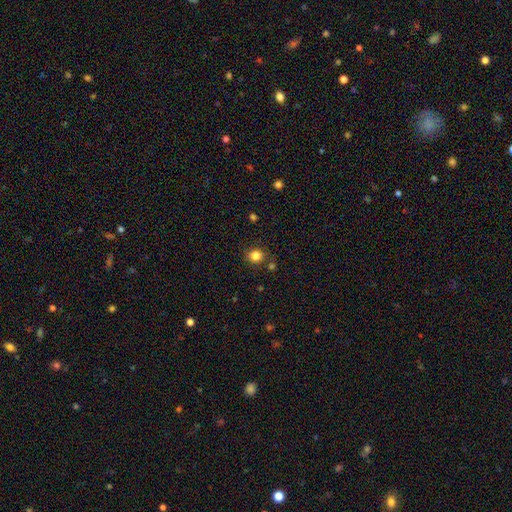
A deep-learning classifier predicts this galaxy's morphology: smooth 83%, star or artifact 12%, featured or disk 5%. Down the decision tree: how rounded — round (72%); merging — none (81%).